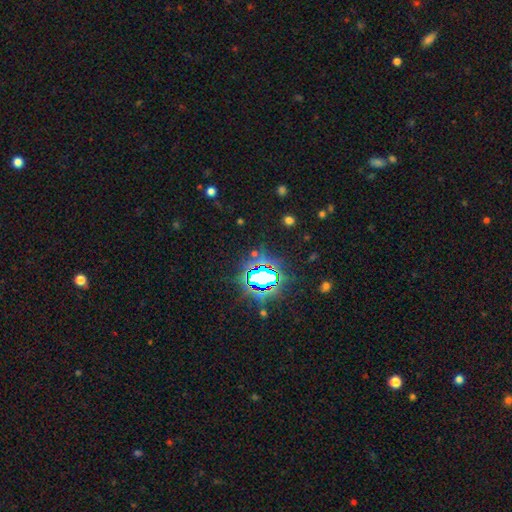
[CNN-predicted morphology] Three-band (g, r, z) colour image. It shows a star or artifact, not a galaxy (80%).